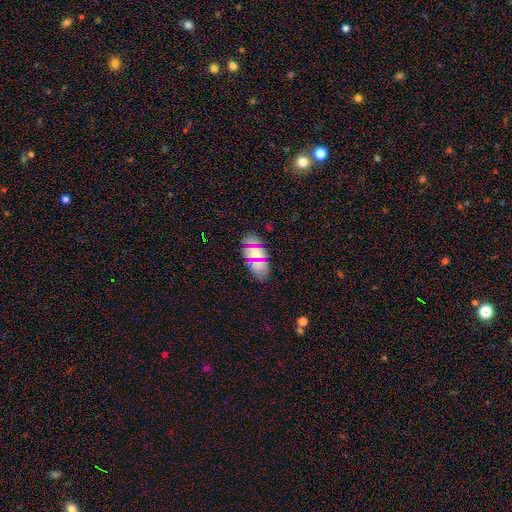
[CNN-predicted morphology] This appears to be a smooth galaxy with no disk features (65%) that is in between round and cigar-shaped (90%). Merging: none (81%).